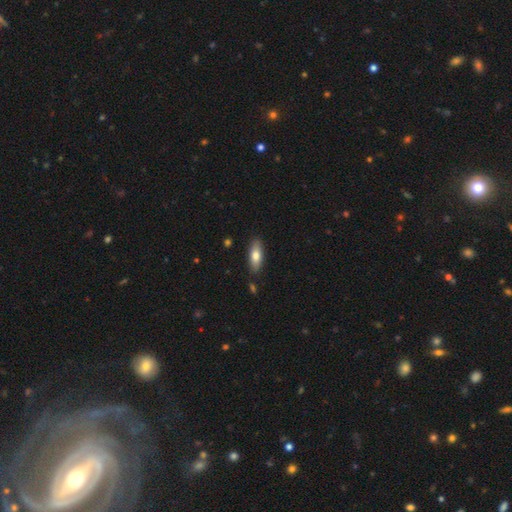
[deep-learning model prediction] smooth-or-featured: smooth: 75% | featured or disk: 19% | star or artifact: 6%
  how-rounded: in between: 68% | cigar-shaped: 29% | round: 2%
  merging: none: 85% | minor disturbance: 11% | merger: 2% | major disturbance: 2%